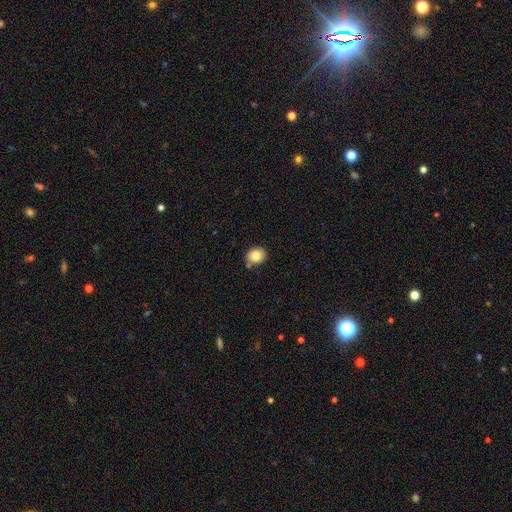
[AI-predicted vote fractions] Morphology: type=smooth (83%); roundness=round (66%); merging=none (78%).